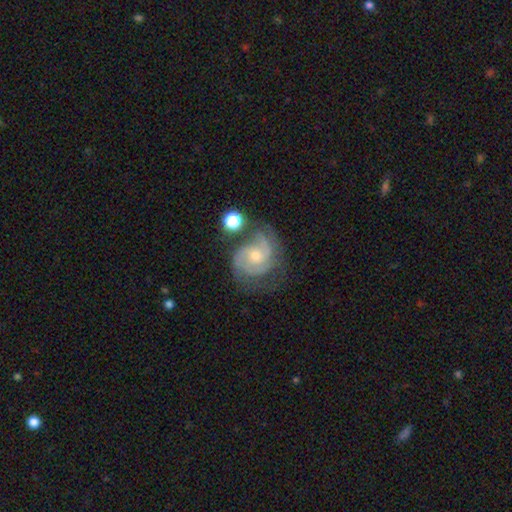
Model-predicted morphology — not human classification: type=featured or disk (86%); edge-on=no (98%); bar=no (66%); spiral arms=yes (97%); winding=tight (50%); arm count=2 (47%); bulge=moderate (50%); merging=none (59%).